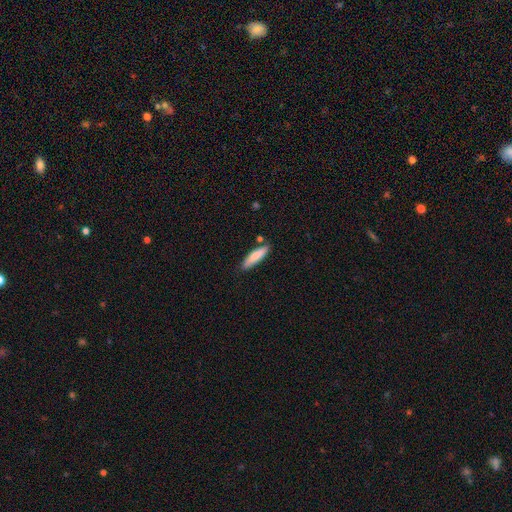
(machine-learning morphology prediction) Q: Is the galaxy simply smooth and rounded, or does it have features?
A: smooth — 80%.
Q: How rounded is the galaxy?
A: cigar-shaped — 74%.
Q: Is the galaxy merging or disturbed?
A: none — 79%.